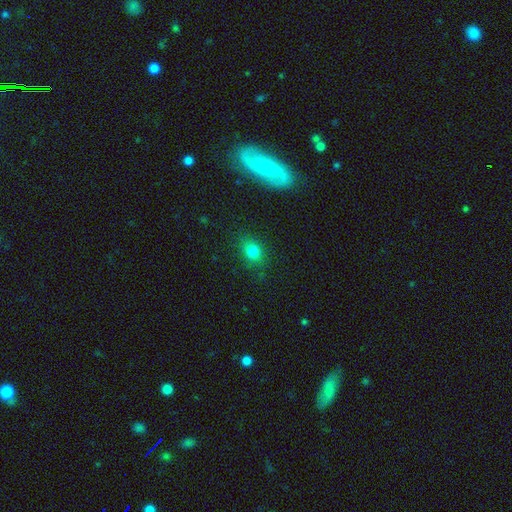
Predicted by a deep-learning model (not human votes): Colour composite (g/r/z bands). It shows a smooth galaxy with no disk features (75%) that is round (53%). Merging: none (84%).